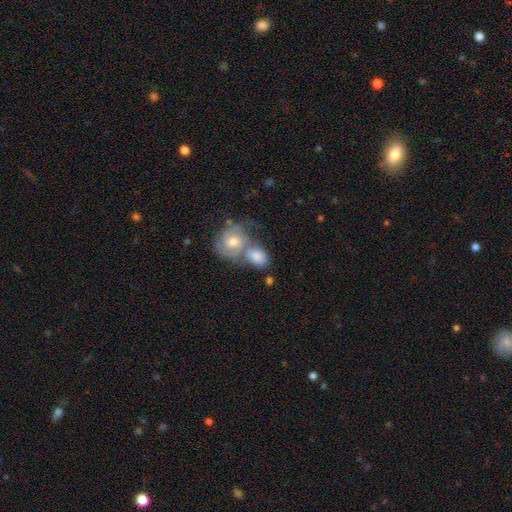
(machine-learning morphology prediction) This is possibly a featured or disk galaxy (47%). Merging: possibly merger (54%).